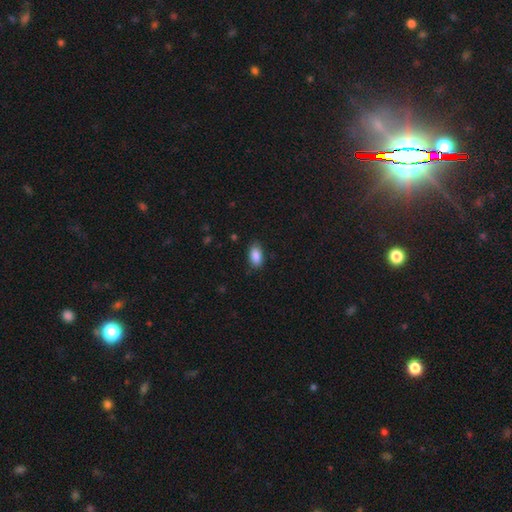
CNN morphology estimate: Smooth or featured? smooth (89%)
How rounded? in between (93%)
Merging? none (84%)